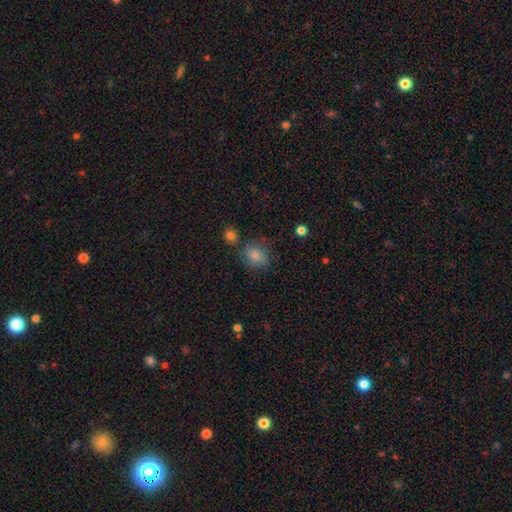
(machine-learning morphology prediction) This is likely a smooth galaxy (77%). How rounded: likely round (65%). Merging: likely none (70%).